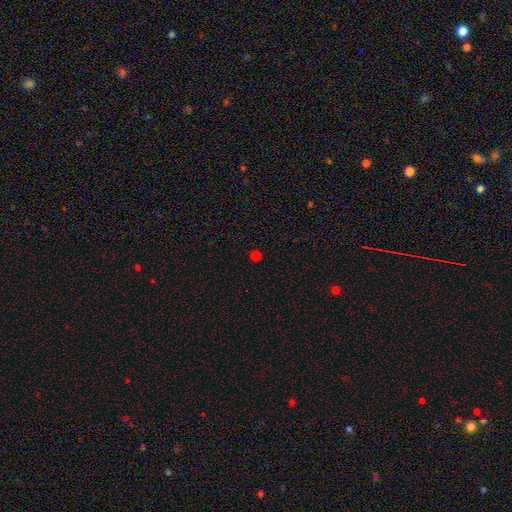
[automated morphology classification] The model was most divided on "smooth or featured": smooth: 70%, star or artifact: 26%, featured or disk: 4%. More confident: how rounded — round (89%); merging — none (88%).